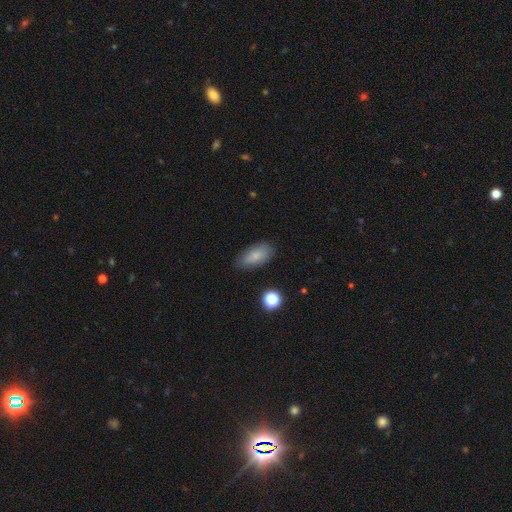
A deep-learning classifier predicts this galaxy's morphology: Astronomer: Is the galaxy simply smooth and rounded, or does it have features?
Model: smooth — 82%.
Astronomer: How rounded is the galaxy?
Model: in between — 88%.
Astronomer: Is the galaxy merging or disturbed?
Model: none — 80%.